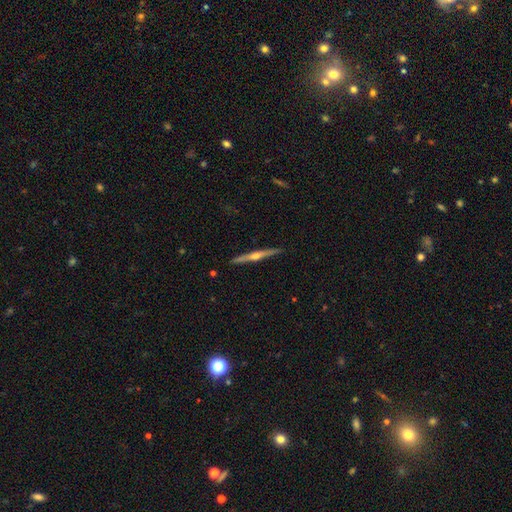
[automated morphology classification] Overall: featured or disk (78%). Edge-on disk: yes (98%). Edge-on bulge: rounded (88%). Merging: none (91%).